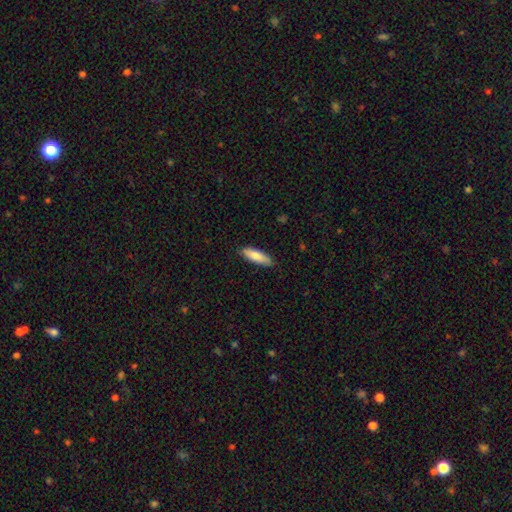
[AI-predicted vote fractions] Smooth or featured: smooth — 83% (featured or disk — 11%)
How rounded: cigar-shaped — 50% (in between — 48%)
Merging: none — 85% (minor disturbance — 12%)